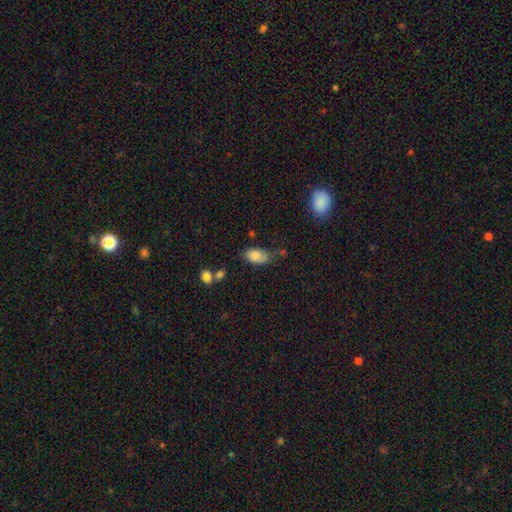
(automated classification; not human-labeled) Smooth or featured: smooth — 82% (featured or disk — 9%)
How rounded: in between — 91% (round — 6%)
Merging: none — 51% (minor disturbance — 32%)